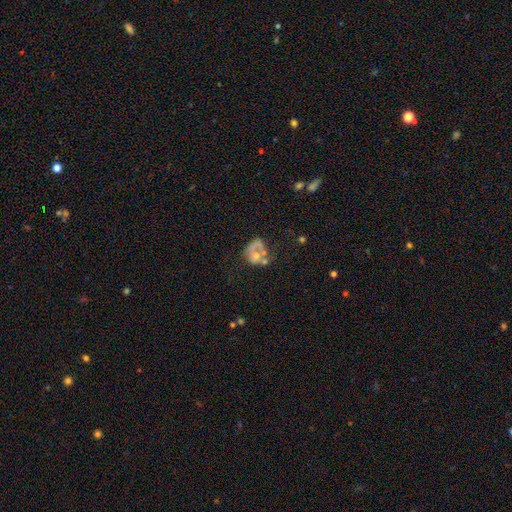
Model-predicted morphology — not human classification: featured or disk 48%, smooth 36%, star or artifact 16%. Down the decision tree: merging — none (32%).